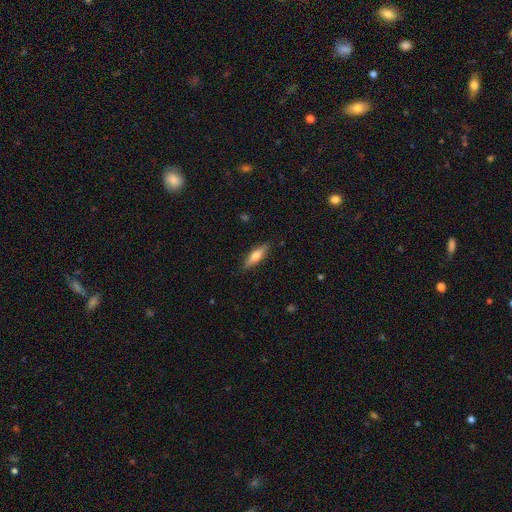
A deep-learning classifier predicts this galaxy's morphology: A smooth galaxy with no disk features (56%) that is cigar-shaped (65%).

Vote fractions:
- Smooth or featured? smooth: 56% / featured or disk: 38% / star or artifact: 6%
- How rounded? cigar-shaped: 65% / in between: 33% / round: 2%
- Merging? none: 87% / minor disturbance: 10% / major disturbance: 2% / merger: 1%